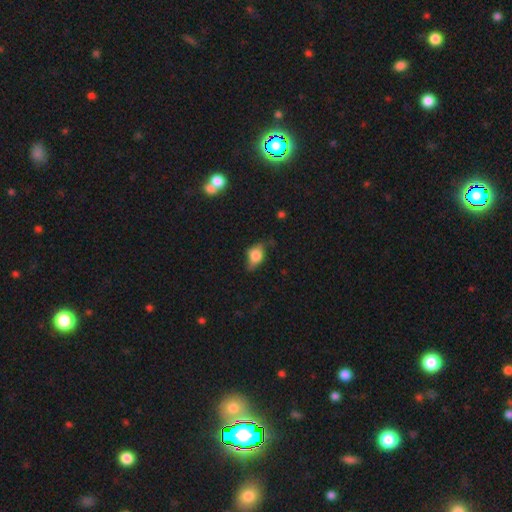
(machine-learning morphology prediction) This is likely a smooth galaxy (62%). How rounded: likely in between (76%). Merging: possibly none (57%).